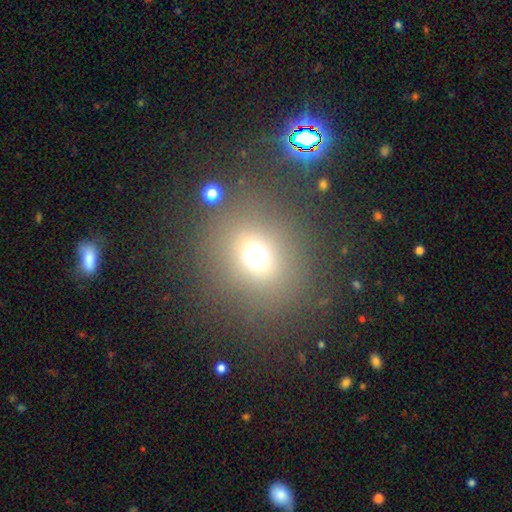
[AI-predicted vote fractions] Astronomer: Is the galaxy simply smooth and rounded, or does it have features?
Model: smooth — 68%.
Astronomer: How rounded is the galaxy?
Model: round — 75%.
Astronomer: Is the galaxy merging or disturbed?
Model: none — 80%.